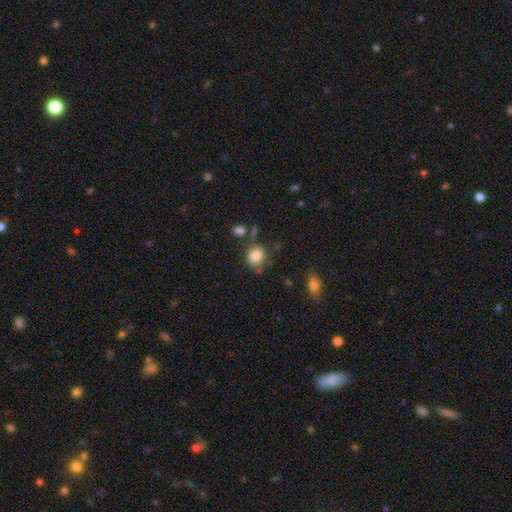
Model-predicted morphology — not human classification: A smooth galaxy with no disk features (84%) that is round (81%).

Vote fractions:
- Smooth or featured? smooth: 84% / star or artifact: 10% / featured or disk: 6%
- How rounded? round: 81% / in between: 18% / cigar-shaped: 1%
- Merging? none: 70% / minor disturbance: 15% / merger: 10% / major disturbance: 5%